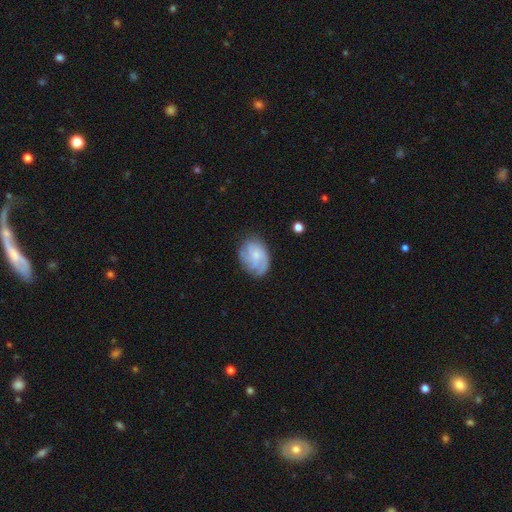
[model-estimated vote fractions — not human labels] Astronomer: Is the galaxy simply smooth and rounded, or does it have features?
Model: featured or disk — 62%.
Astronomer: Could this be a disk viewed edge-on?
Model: no — 98%.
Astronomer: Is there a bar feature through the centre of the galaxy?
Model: no — 75%.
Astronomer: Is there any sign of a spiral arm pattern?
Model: yes — 89%.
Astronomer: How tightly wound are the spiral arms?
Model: tight — 44% (runner-up: medium, 39%).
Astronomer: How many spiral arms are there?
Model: can't tell — 34% (runner-up: 3, 27%).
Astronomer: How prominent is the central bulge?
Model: small — 62%.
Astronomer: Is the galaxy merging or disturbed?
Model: none — 68%.